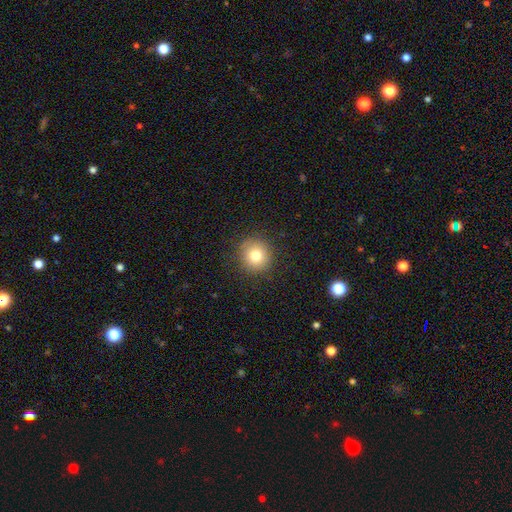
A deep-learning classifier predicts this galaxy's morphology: A smooth galaxy with no disk features (79%) that is round (91%). Merging: none (89%).